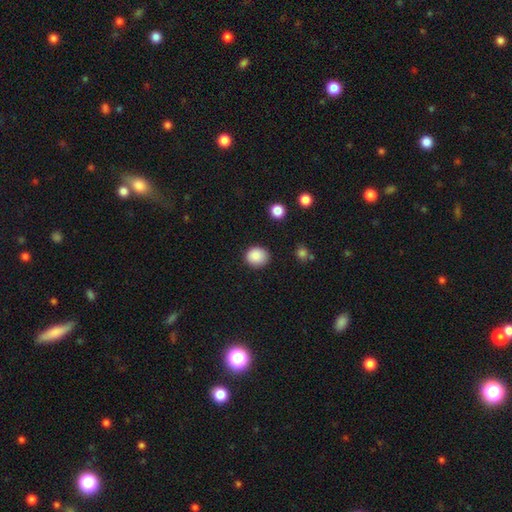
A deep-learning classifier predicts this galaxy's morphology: Smooth or featured? smooth (88%)
How rounded? round (81%)
Merging? none (88%)